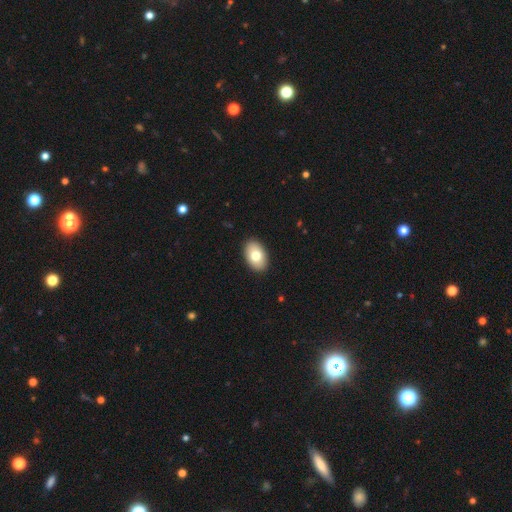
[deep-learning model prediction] Smooth or featured? Predicted: smooth (p=0.77). How rounded? Predicted: in between (p=0.90). Merging? Predicted: none (p=0.91).